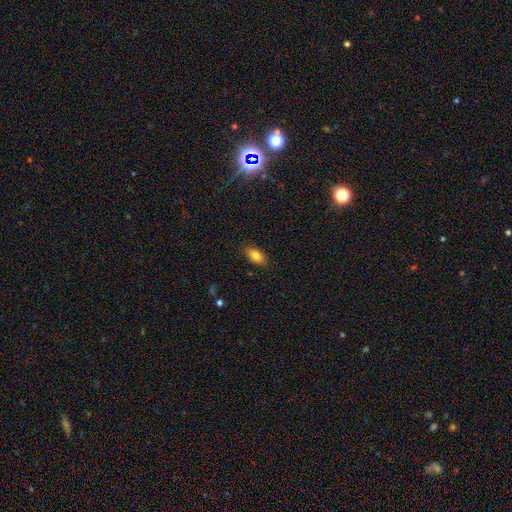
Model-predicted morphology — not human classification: Smooth or featured: smooth — 82% (featured or disk — 10%)
How rounded: in between — 89% (cigar-shaped — 6%)
Merging: none — 85% (minor disturbance — 12%)